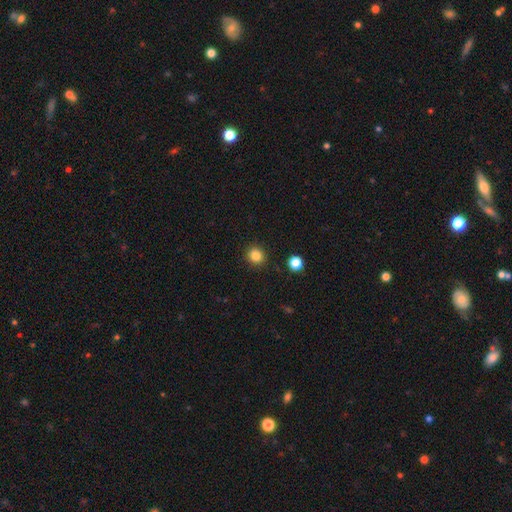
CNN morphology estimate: Smooth or featured? smooth (84%)
How rounded? round (89%)
Merging? none (91%)